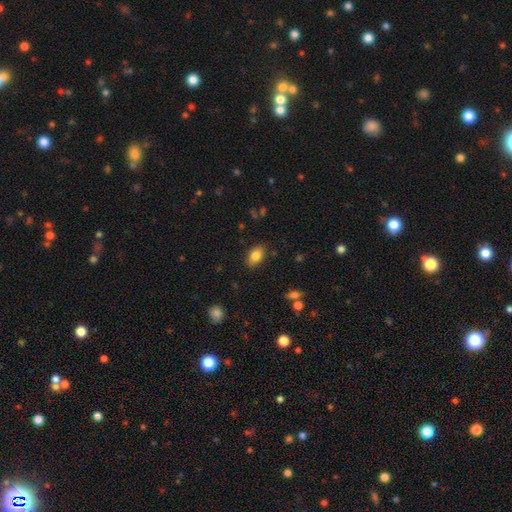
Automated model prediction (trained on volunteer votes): Morphology: type=smooth (83%); roundness=in between (87%); merging=none (84%).